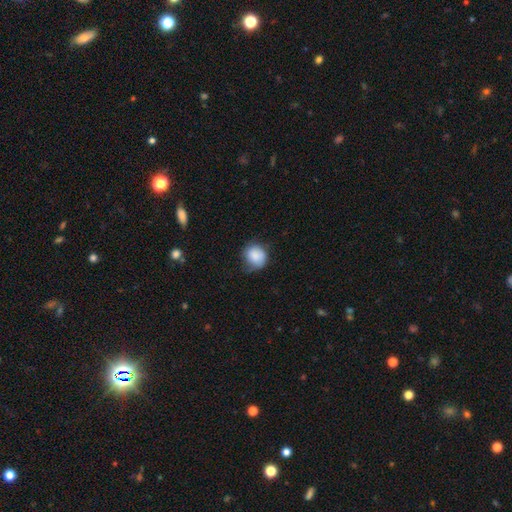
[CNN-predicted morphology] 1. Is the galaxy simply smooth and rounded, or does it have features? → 84% smooth, 8% featured or disk, 7% star or artifact.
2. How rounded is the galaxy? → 78% round, 21% in between, 1% cigar-shaped.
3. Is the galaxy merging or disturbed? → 55% none, 32% minor disturbance, 11% major disturbance, 2% merger.